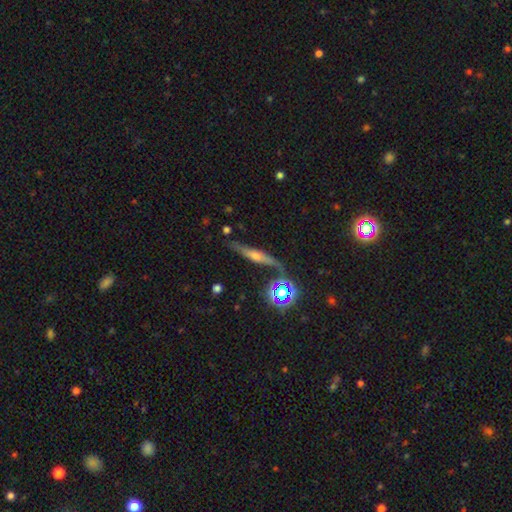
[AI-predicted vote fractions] smooth_or_featured: featured or disk (p=0.54) [alt: smooth p=0.30]
disk_edge_on: yes (p=0.85) [alt: no p=0.15]
merging: none (p=0.74) [alt: minor disturbance p=0.16]